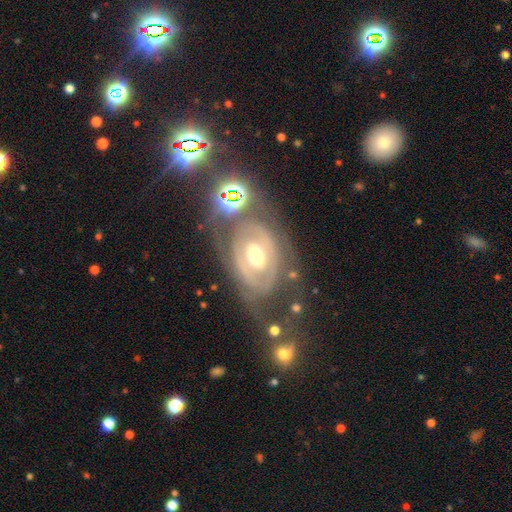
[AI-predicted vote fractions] This appears to be a featured or disk galaxy (72%) with no bar (62%), no spiral arms (58%) and a moderate central bulge (65%). Merging: none (57%).